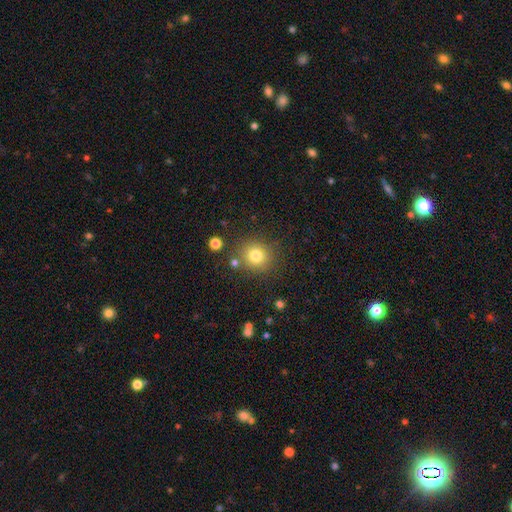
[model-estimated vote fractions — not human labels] A smooth galaxy with no disk features (79%) that is round (88%).

Vote fractions:
- Smooth or featured? smooth: 79% / star or artifact: 13% / featured or disk: 8%
- How rounded? round: 88% / in between: 12% / cigar-shaped: 1%
- Merging? none: 82% / minor disturbance: 9% / merger: 6% / major disturbance: 3%